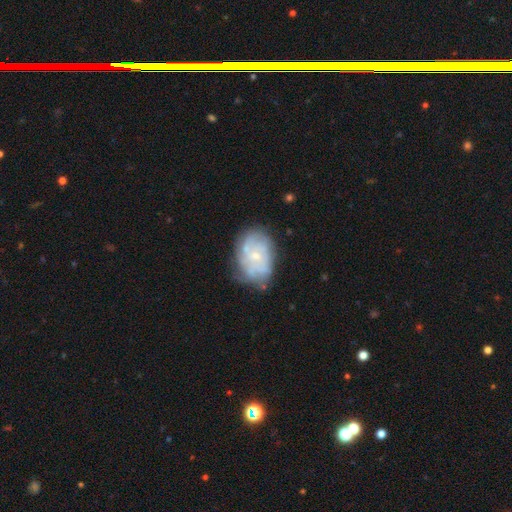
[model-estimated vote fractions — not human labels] Smooth or featured? featured or disk (61%)
Edge-on disk? no (97%)
Bar? no (78%)
Spiral arms? yes (57%)
Bulge size? small (68%)
Merging? none (58%)